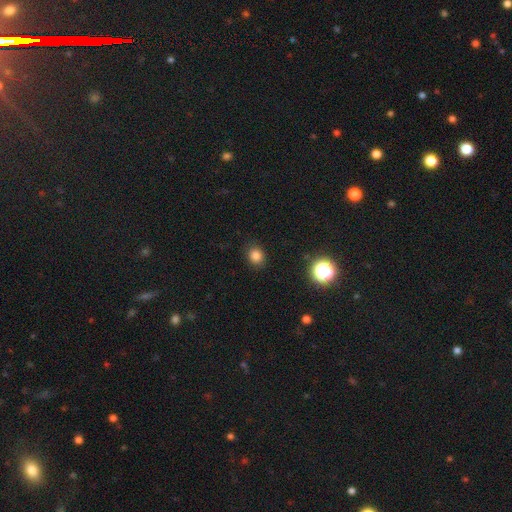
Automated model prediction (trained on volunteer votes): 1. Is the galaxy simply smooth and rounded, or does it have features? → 81% smooth, 15% star or artifact, 4% featured or disk.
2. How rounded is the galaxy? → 73% round, 26% in between, 1% cigar-shaped.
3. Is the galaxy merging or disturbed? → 88% none, 8% minor disturbance, 2% major disturbance, 1% merger.